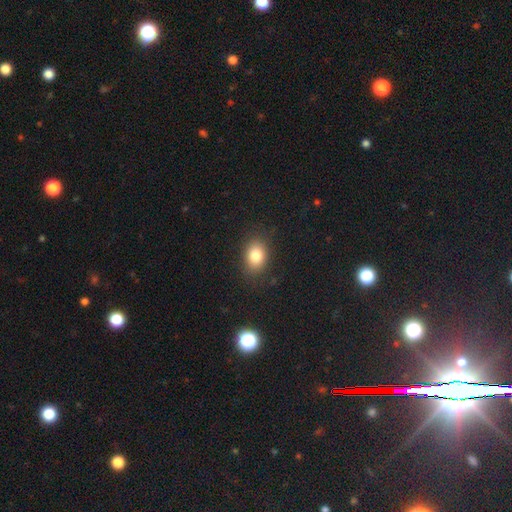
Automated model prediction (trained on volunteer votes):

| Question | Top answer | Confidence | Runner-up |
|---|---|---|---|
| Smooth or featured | smooth | 81% | star or artifact (10%) |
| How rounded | in between | 67% | round (32%) |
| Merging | none | 84% | minor disturbance (11%) |